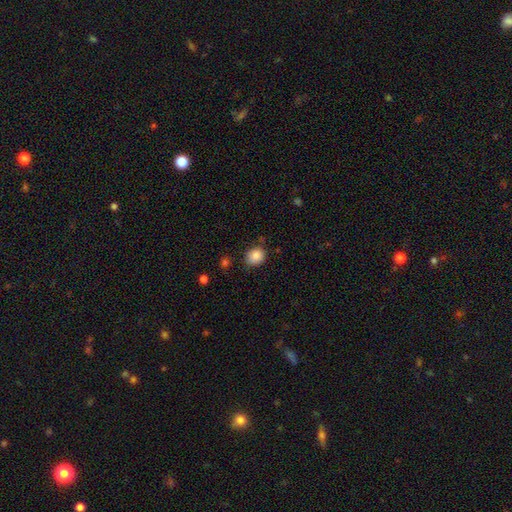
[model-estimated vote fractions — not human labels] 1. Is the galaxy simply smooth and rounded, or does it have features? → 86% smooth, 9% star or artifact, 5% featured or disk.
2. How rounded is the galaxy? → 67% round, 32% in between, 1% cigar-shaped.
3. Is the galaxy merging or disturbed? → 72% none, 21% minor disturbance, 4% major disturbance, 3% merger.